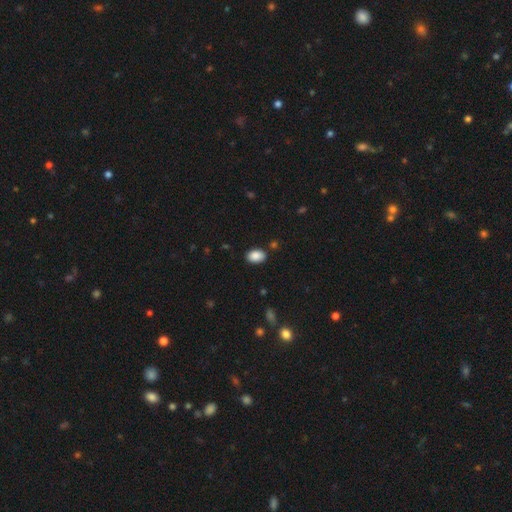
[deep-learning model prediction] smooth-or-featured: smooth: 88% | star or artifact: 8% | featured or disk: 4%
  how-rounded: in between: 89% | round: 10% | cigar-shaped: 1%
  merging: none: 86% | minor disturbance: 10% | major disturbance: 2% | merger: 2%